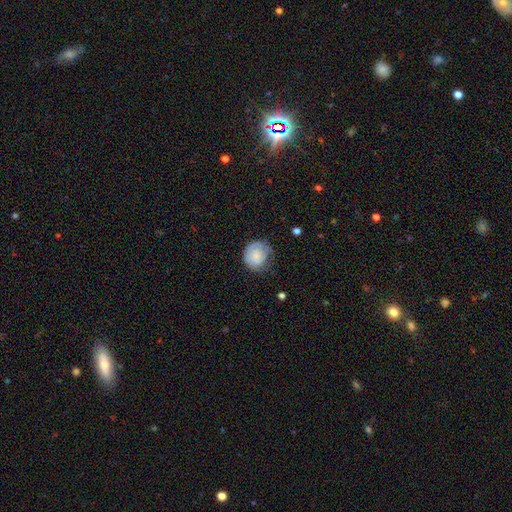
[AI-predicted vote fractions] This is likely a smooth galaxy (67%). How rounded: likely round (75%). Merging: possibly none (57%).